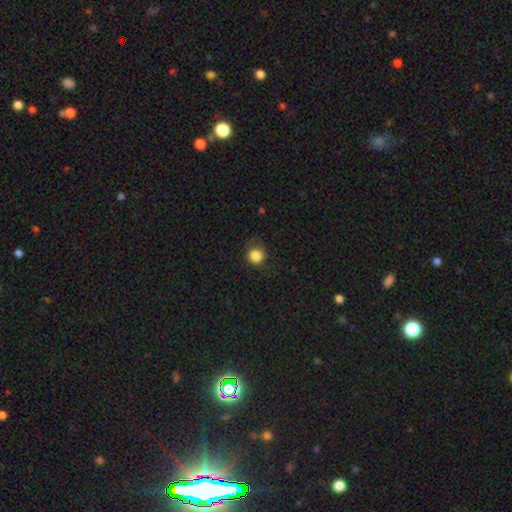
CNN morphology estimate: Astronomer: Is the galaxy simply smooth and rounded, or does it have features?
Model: smooth — 85%.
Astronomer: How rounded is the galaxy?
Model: round — 88%.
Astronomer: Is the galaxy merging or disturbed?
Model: none — 67%.